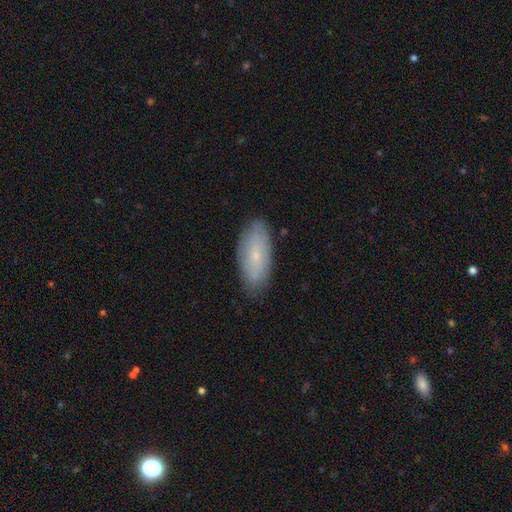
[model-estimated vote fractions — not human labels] Smooth or featured? smooth (61%)
How rounded? in between (83%)
Merging? none (83%)